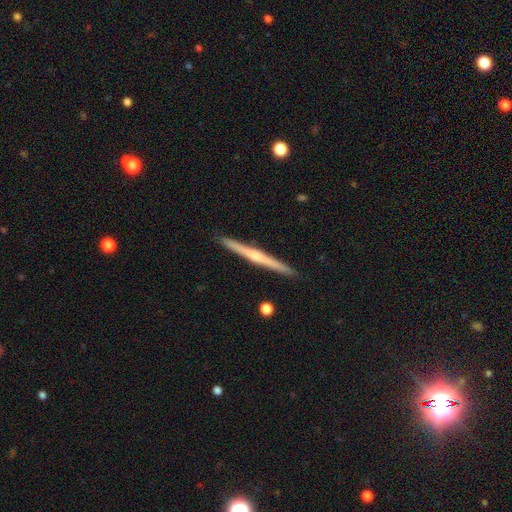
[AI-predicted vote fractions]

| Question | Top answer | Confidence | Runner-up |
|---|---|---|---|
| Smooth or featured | featured or disk | 68% | smooth (26%) |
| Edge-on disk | yes | 98% | no (2%) |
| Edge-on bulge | rounded | 63% | none (29%) |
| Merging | none | 93% | minor disturbance (5%) |